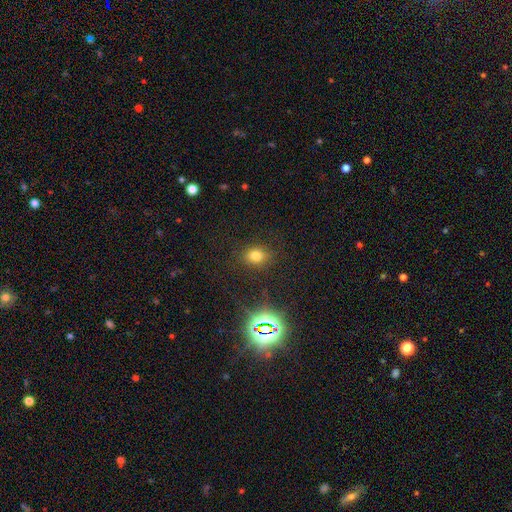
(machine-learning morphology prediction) A smooth galaxy with no disk features (71%) that is round (51%). Merging: none (84%).